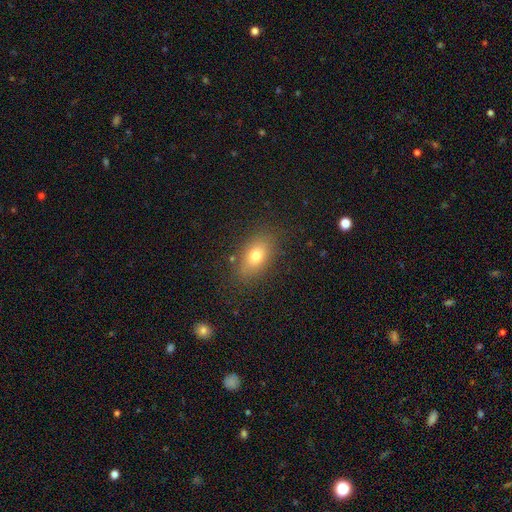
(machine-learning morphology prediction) The model was most divided on "smooth or featured": smooth: 75%, featured or disk: 14%, star or artifact: 11%. More confident: how rounded — in between (83%); merging — none (82%).